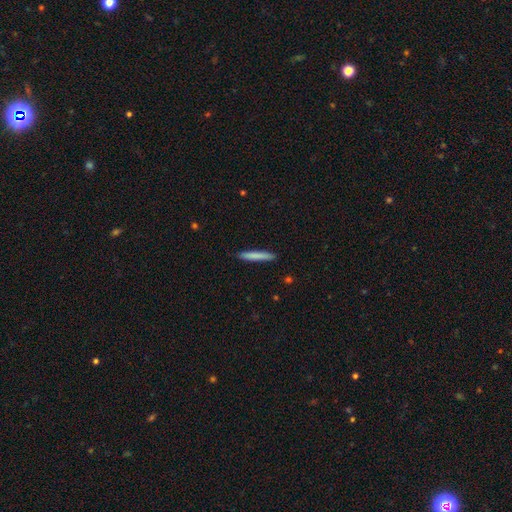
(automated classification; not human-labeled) smooth-or-featured: smooth: 81% | featured or disk: 13% | star or artifact: 6%
  how-rounded: cigar-shaped: 95% | in between: 4% | round: 1%
  merging: none: 91% | minor disturbance: 7% | major disturbance: 1% | merger: 1%